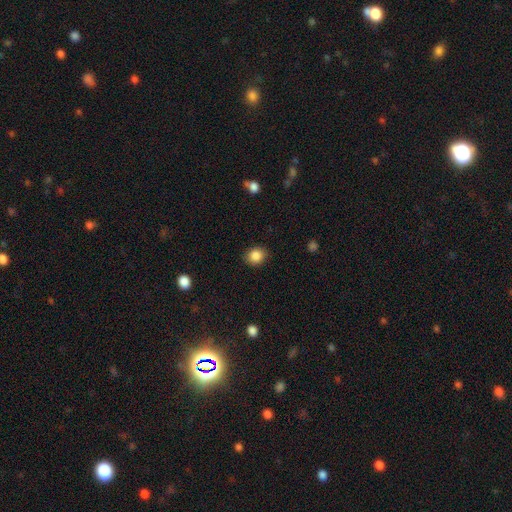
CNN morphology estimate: Smooth or featured? smooth (87%)
How rounded? round (65%)
Merging? none (87%)